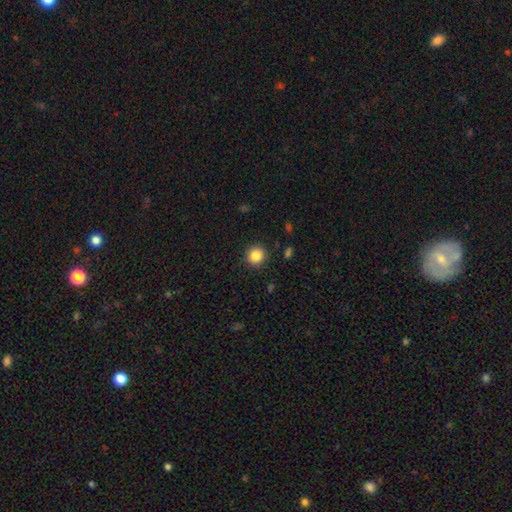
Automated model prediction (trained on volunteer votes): Smooth or featured: smooth — 86% (star or artifact — 10%)
How rounded: round — 93% (in between — 6%)
Merging: none — 91% (minor disturbance — 6%)